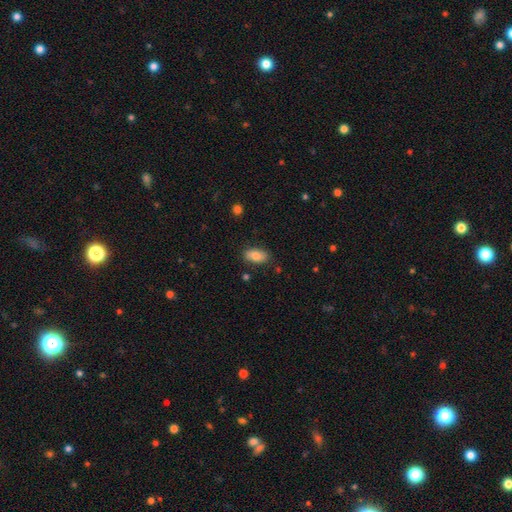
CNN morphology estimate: type=smooth (80%); roundness=in between (92%); merging=none (83%).